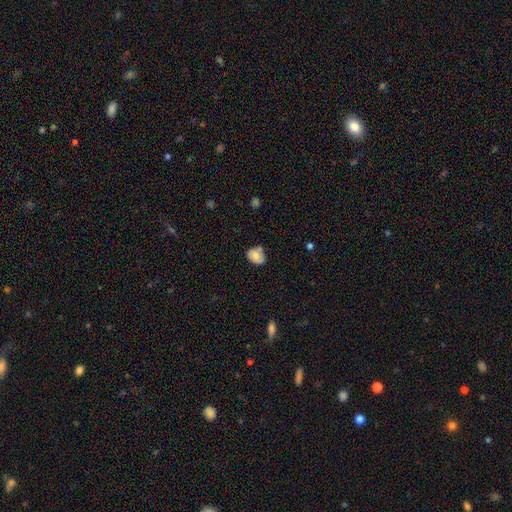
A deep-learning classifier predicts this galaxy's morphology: This appears to be a smooth galaxy with no disk features (64%) that is round (55%). Merging: none (63%).